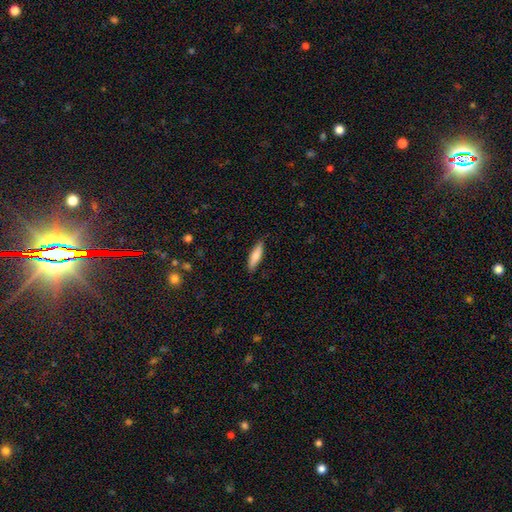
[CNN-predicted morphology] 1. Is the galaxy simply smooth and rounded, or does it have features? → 79% smooth, 15% featured or disk, 6% star or artifact.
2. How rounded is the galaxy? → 61% cigar-shaped, 37% in between, 2% round.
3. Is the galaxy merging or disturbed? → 84% none, 12% minor disturbance, 2% major disturbance, 1% merger.